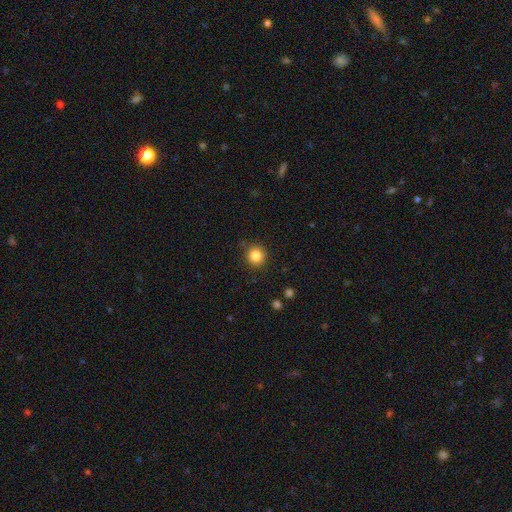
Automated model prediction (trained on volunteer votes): A smooth galaxy with no disk features (84%) that is round (92%). Merging: none (86%).